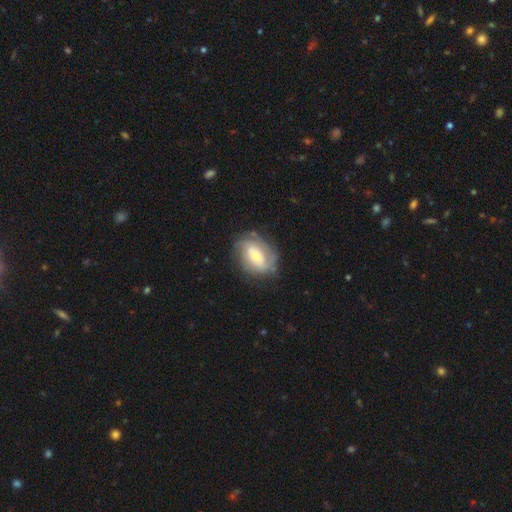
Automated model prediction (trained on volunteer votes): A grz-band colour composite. It shows a featured or disk galaxy (61%) with no bar (52%), spiral arms (69%) and a moderate central bulge (51%). Merging: none (67%).